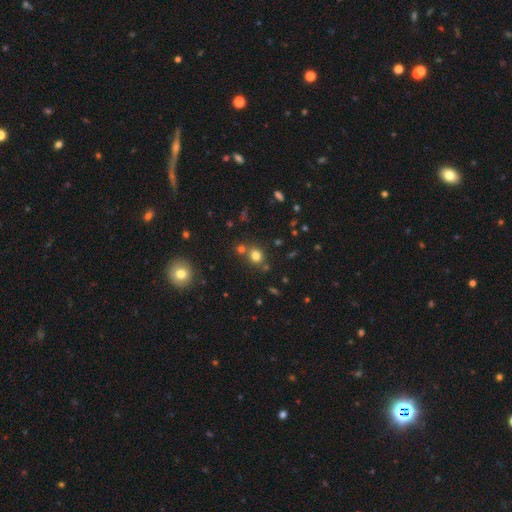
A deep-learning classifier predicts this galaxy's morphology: The model was most divided on "merging": none: 68%, merger: 20%, minor disturbance: 9%, major disturbance: 3%. More confident: how rounded — round (78%); smooth or featured — smooth (76%).